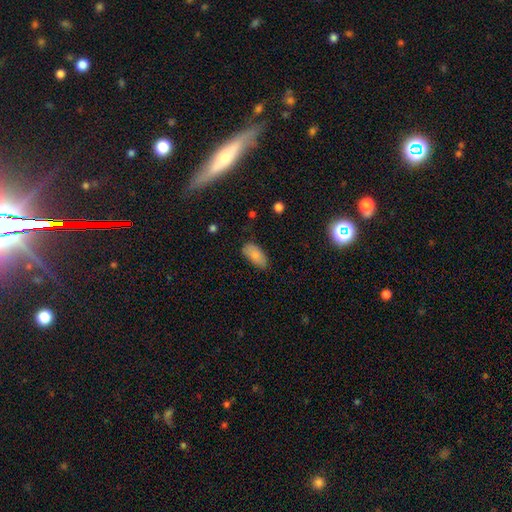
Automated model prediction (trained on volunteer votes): A smooth galaxy with no disk features (82%) that is in between round and cigar-shaped (91%). Merging: none (70%).